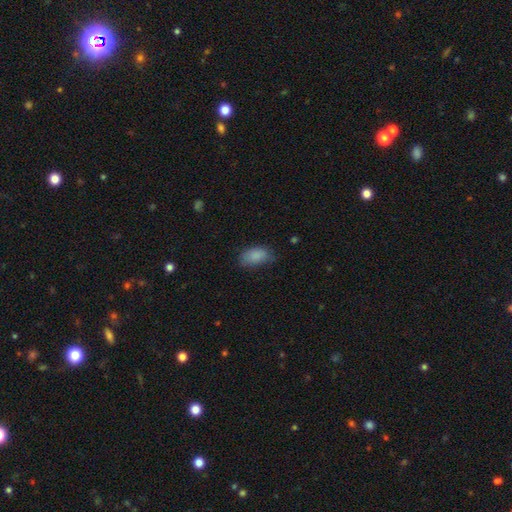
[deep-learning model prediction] smooth-or-featured: smooth: 86% | star or artifact: 8% | featured or disk: 6%
  how-rounded: in between: 93% | round: 5% | cigar-shaped: 3%
  merging: none: 65% | minor disturbance: 27% | major disturbance: 7% | merger: 1%